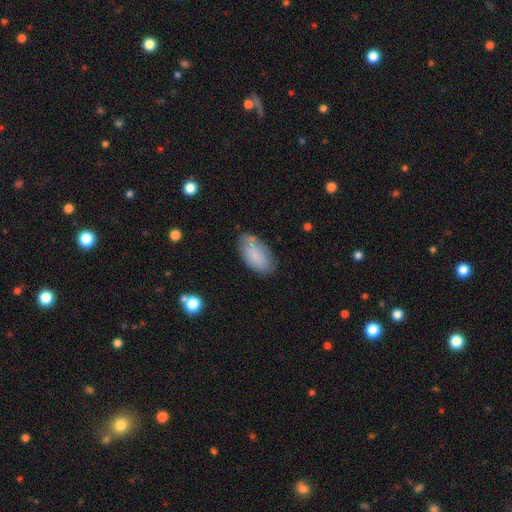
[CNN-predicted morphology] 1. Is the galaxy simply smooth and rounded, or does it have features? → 79% smooth, 14% featured or disk, 7% star or artifact.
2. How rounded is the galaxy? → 95% in between, 3% round, 3% cigar-shaped.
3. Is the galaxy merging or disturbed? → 70% none, 22% minor disturbance, 5% major disturbance, 3% merger.